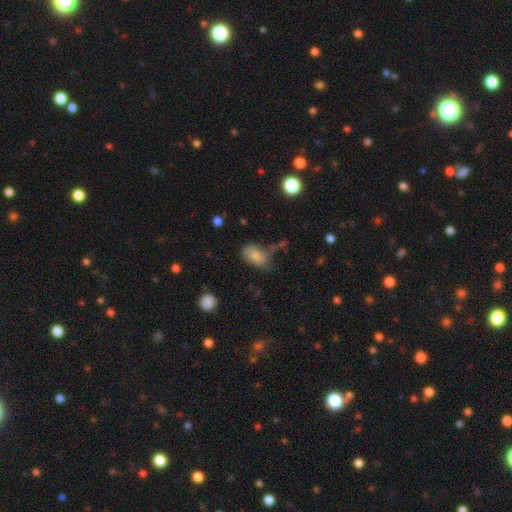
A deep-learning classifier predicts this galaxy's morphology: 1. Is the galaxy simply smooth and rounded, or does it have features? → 79% smooth, 12% featured or disk, 9% star or artifact.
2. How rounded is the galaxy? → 89% in between, 9% round, 2% cigar-shaped.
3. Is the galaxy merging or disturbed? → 41% none, 29% minor disturbance, 19% major disturbance, 11% merger.